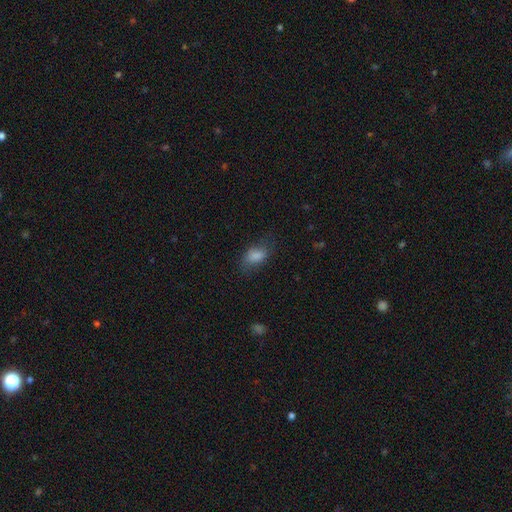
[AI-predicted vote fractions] The model was most divided on "merging": none: 61%, minor disturbance: 24%, major disturbance: 13%, merger: 2%. More confident: how rounded — in between (87%); smooth or featured — smooth (82%).